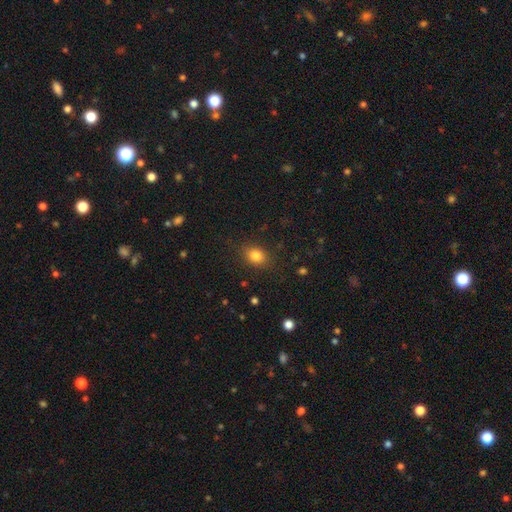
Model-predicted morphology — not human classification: smooth 83%, star or artifact 11%, featured or disk 6%. Down the decision tree: how rounded — in between (56%); merging — none (84%).